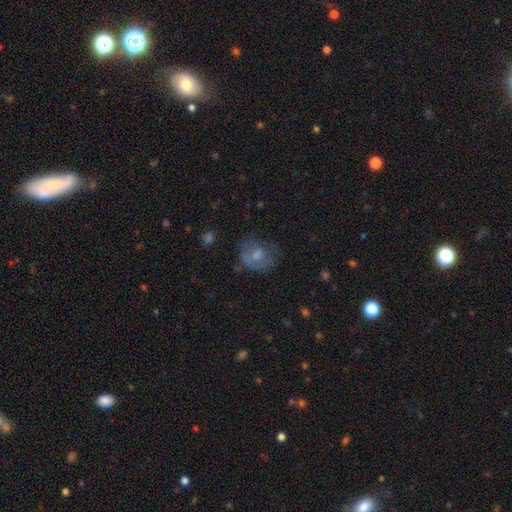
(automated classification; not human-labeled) Q: Smooth or featured?
A: smooth (55%); runner-up: featured or disk (33%)
Q: How rounded?
A: round (55%); runner-up: in between (44%)
Q: Merging?
A: none (46%); runner-up: minor disturbance (26%)